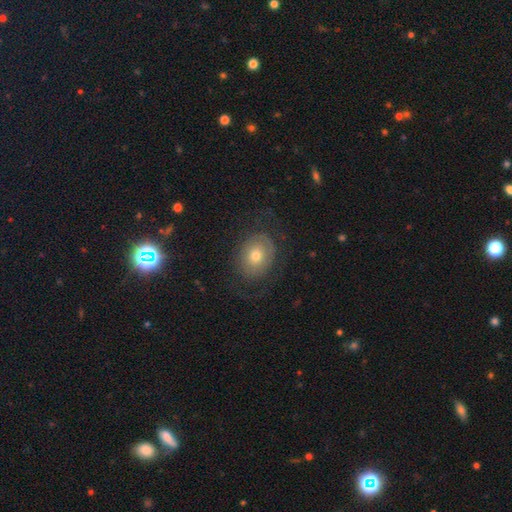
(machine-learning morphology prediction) type=smooth (47%); merging=none (70%).